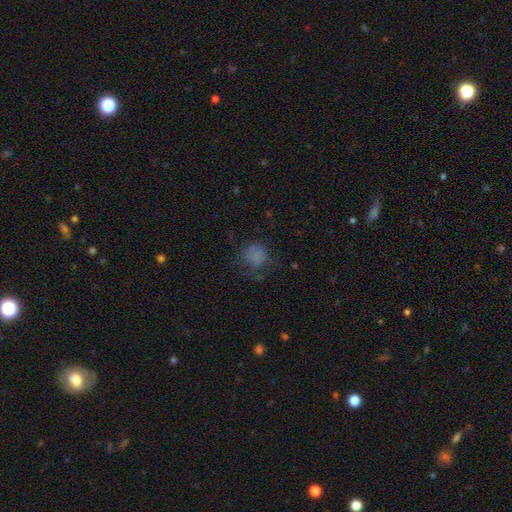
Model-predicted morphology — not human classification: A smooth galaxy with no disk features (69%) that is round (79%).

Vote fractions:
- Smooth or featured? smooth: 69% / star or artifact: 16% / featured or disk: 15%
- How rounded? round: 79% / in between: 20% / cigar-shaped: 1%
- Merging? none: 53% / minor disturbance: 23% / major disturbance: 23% / merger: 2%